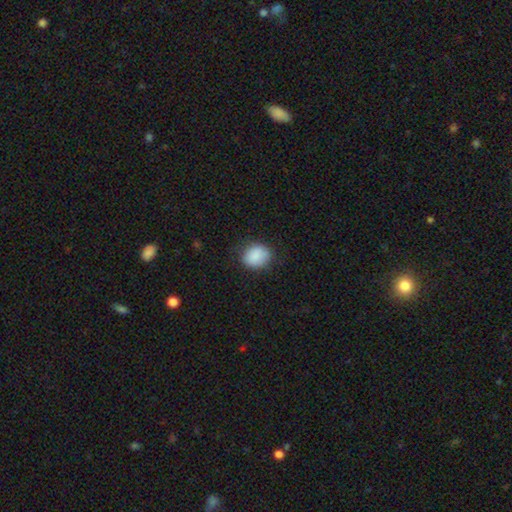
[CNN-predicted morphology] smooth_or_featured: smooth (p=0.88) [alt: star or artifact p=0.08]
how_rounded: round (p=0.57) [alt: in between p=0.42]
merging: none (p=0.80) [alt: minor disturbance p=0.15]